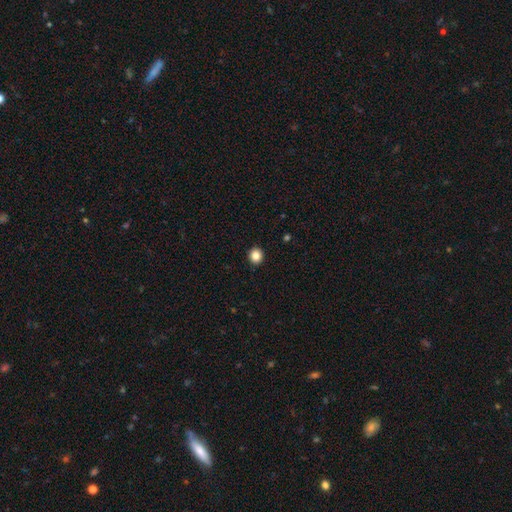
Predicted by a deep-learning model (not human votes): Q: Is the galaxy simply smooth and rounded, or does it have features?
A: smooth — 85%.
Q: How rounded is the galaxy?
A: round — 89%.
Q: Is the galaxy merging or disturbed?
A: none — 93%.